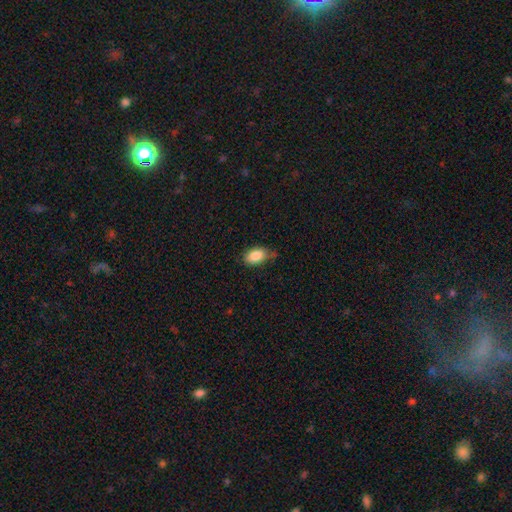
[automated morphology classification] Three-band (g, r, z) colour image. It shows a smooth galaxy with no disk features (86%) that is in between round and cigar-shaped (89%). Merging: none (63%).